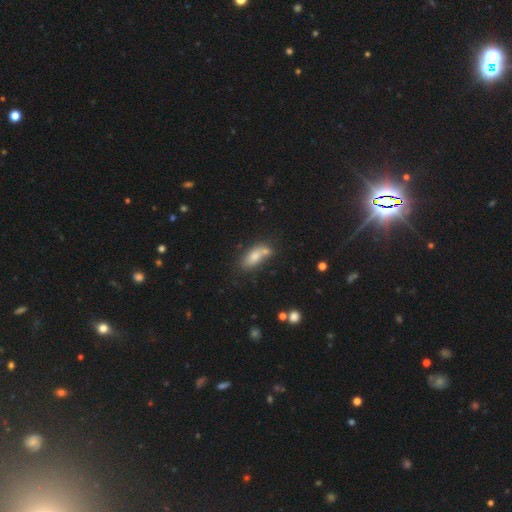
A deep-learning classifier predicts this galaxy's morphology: smooth-or-featured: smooth: 73% | featured or disk: 18% | star or artifact: 9%
  how-rounded: in between: 79% | cigar-shaped: 16% | round: 5%
  merging: none: 42% | merger: 32% | minor disturbance: 18% | major disturbance: 8%